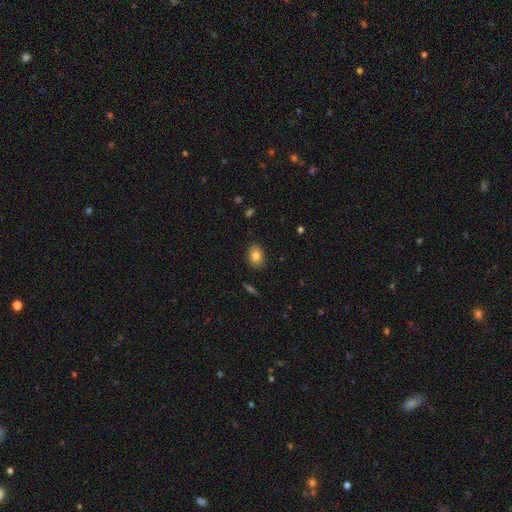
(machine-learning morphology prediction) A smooth galaxy with no disk features (83%) that is in between round and cigar-shaped (76%).

Vote fractions:
- Smooth or featured? smooth: 83% / featured or disk: 9% / star or artifact: 8%
- How rounded? in between: 76% / round: 22% / cigar-shaped: 1%
- Merging? none: 88% / minor disturbance: 9% / major disturbance: 2% / merger: 1%